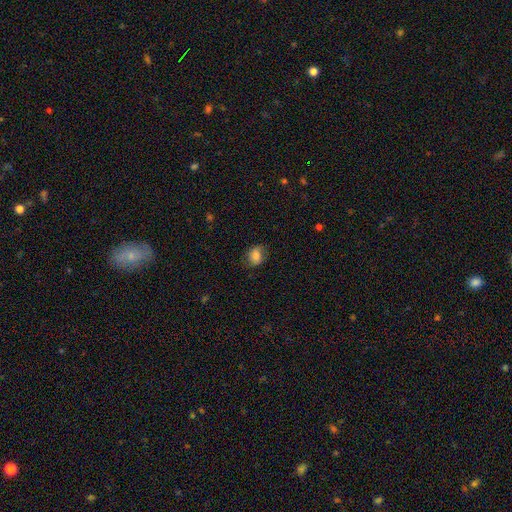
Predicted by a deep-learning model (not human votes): Morphology: type=smooth (74%); roundness=in between (57%); merging=none (71%).